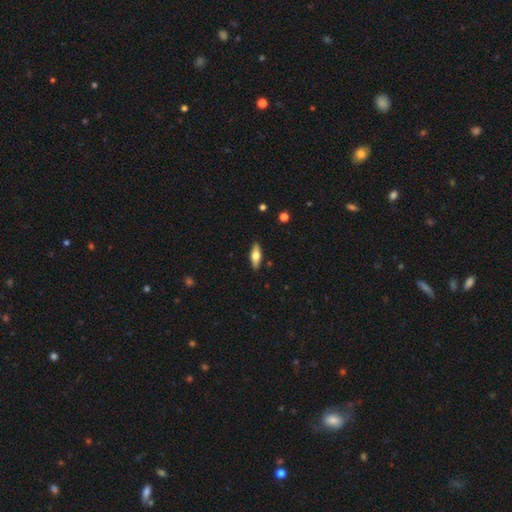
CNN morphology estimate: This is likely a smooth galaxy (60%). How rounded: likely in between (63%). Merging: clearly none (89%).